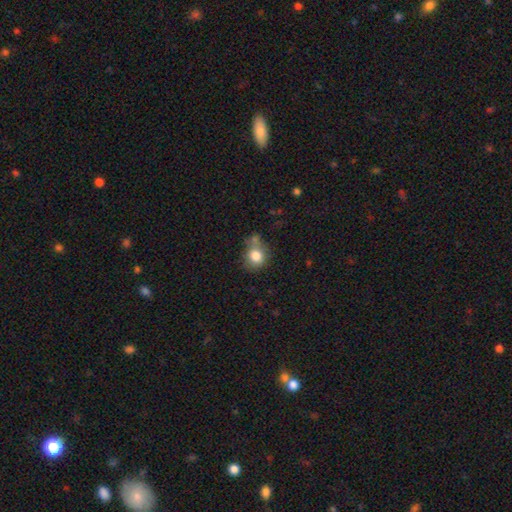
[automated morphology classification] Smooth or featured? smooth (81%)
How rounded? round (75%)
Merging? none (53%)